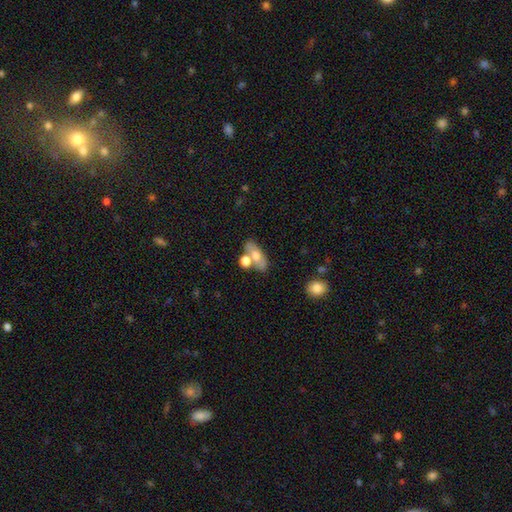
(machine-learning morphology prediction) Smooth or featured? smooth (63%)
How rounded? in between (78%)
Merging? none (54%)